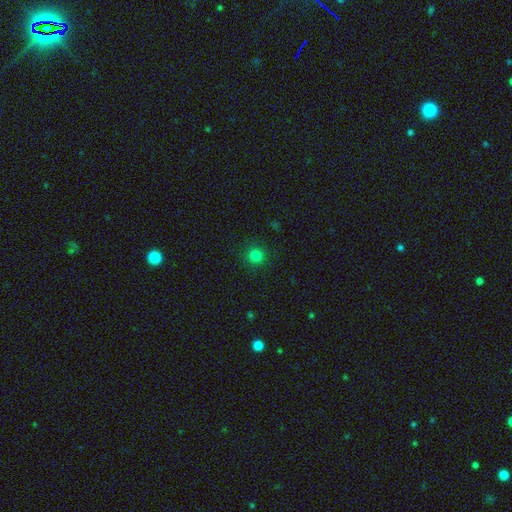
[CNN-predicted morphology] Overall: smooth (82%). How rounded: round (94%). Merging: none (91%).